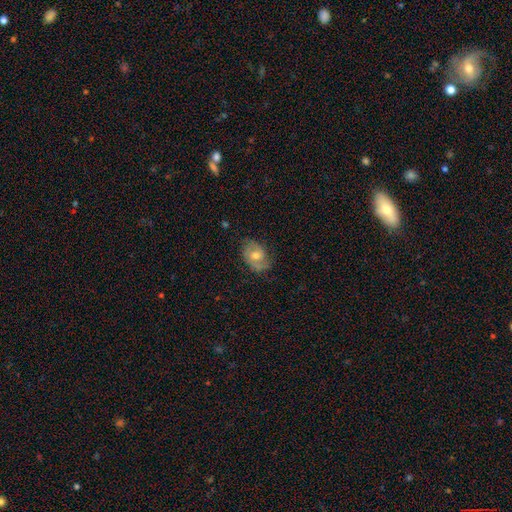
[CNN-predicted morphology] featured or disk 65%, smooth 26%, star or artifact 9%. Down the decision tree: edge-on disk — no (96%); bar — no (59%); spiral arms — yes (84%); spiral arm count — 2 (72%); spiral winding — medium (44%); bulge size — moderate (69%); merging — none (70%).